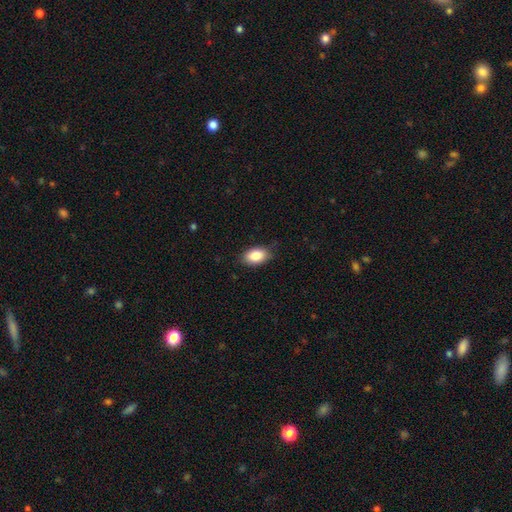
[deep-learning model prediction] A smooth galaxy with no disk features (87%) that is in between round and cigar-shaped (92%).

Vote fractions:
- Smooth or featured? smooth: 87% / star or artifact: 7% / featured or disk: 6%
- How rounded? in between: 92% / round: 6% / cigar-shaped: 2%
- Merging? none: 82% / minor disturbance: 14% / major disturbance: 3% / merger: 1%